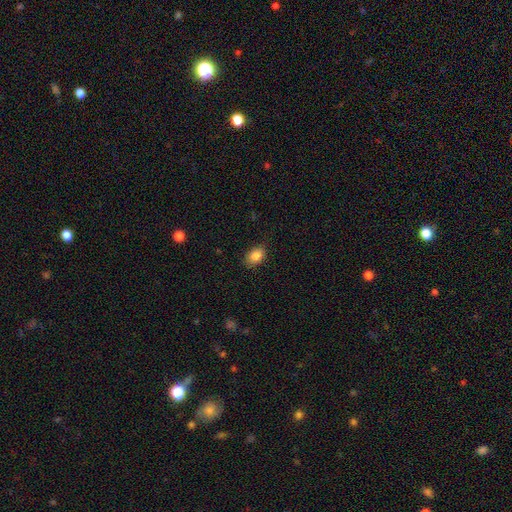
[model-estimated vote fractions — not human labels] Smooth or featured? smooth (86%)
How rounded? in between (82%)
Merging? none (77%)